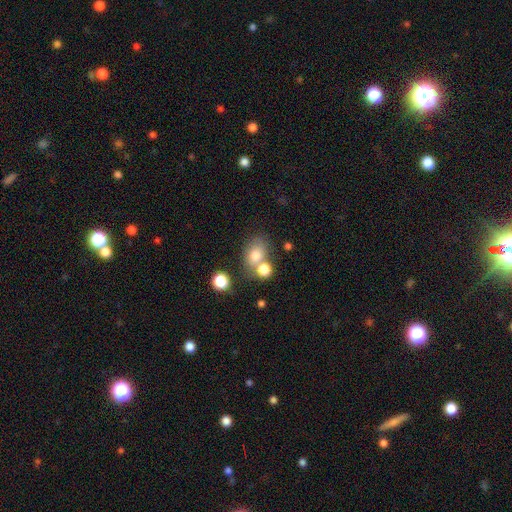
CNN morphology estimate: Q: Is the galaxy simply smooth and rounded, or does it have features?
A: smooth — 75%.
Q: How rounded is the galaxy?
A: in between — 57%.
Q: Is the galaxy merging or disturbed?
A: none — 53%.